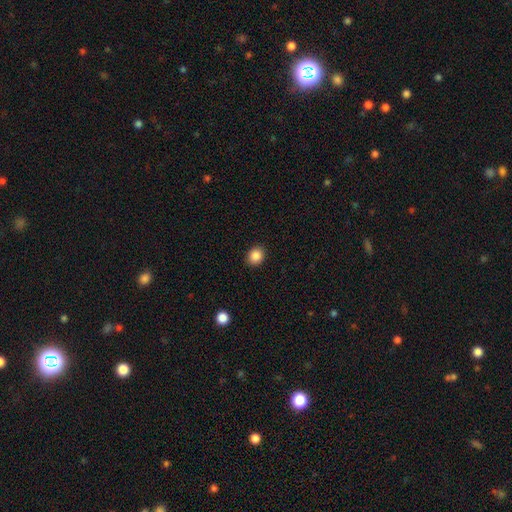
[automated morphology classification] smooth 87%, star or artifact 10%, featured or disk 3%. Down the decision tree: how rounded — round (67%); merging — none (91%).